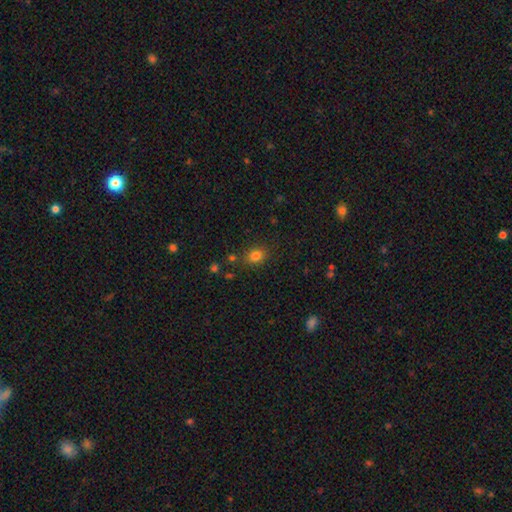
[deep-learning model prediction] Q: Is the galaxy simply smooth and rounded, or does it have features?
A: smooth — 80%.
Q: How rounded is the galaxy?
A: round — 56%.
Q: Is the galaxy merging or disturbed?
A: none — 83%.